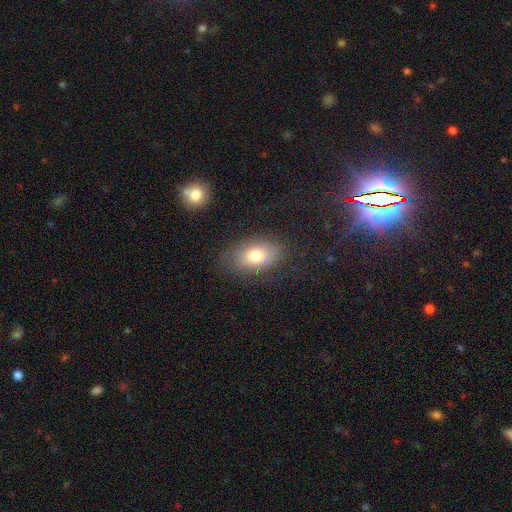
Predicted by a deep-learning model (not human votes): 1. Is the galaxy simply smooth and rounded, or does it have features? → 75% smooth, 16% featured or disk, 9% star or artifact.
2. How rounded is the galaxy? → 86% in between, 13% round, 2% cigar-shaped.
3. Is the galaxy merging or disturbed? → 76% none, 16% minor disturbance, 6% major disturbance, 2% merger.